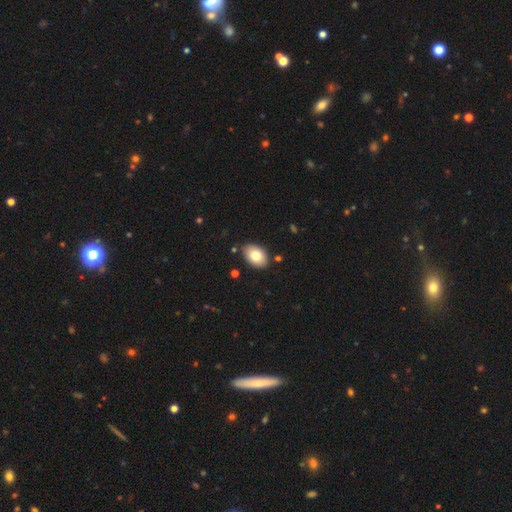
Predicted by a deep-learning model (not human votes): A smooth galaxy with no disk features (79%) that is in between round and cigar-shaped (85%). Merging: none (86%).